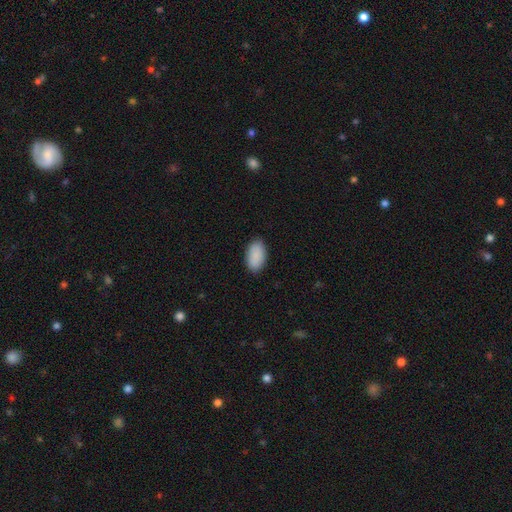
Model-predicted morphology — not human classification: The model was most divided on "merging": none: 88%, minor disturbance: 9%, major disturbance: 2%, merger: 1%. More confident: how rounded — in between (95%); smooth or featured — smooth (90%).